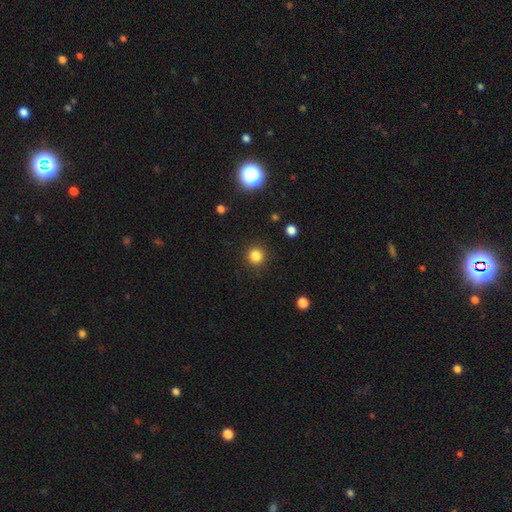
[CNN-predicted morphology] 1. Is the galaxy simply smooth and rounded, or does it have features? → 83% smooth, 13% star or artifact, 4% featured or disk.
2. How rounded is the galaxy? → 93% round, 6% in between, 1% cigar-shaped.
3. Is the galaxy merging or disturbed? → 91% none, 6% minor disturbance, 2% major disturbance, 1% merger.